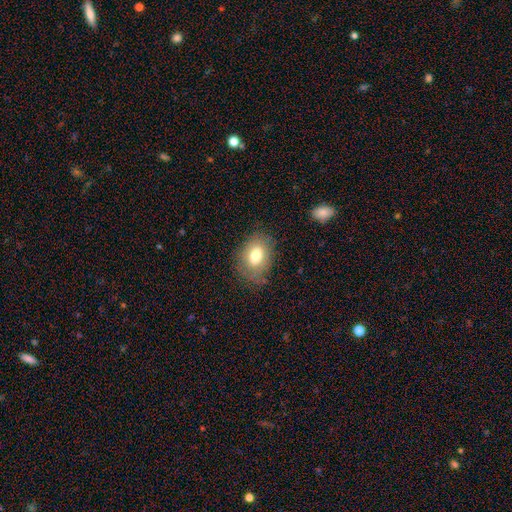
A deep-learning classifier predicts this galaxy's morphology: smooth 75%, featured or disk 16%, star or artifact 9%. Down the decision tree: how rounded — in between (76%); merging — none (76%).